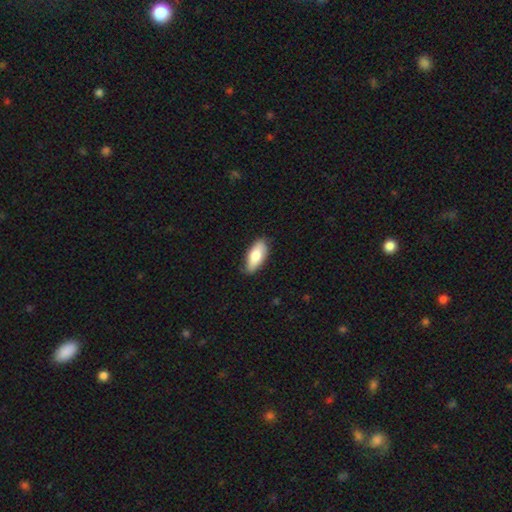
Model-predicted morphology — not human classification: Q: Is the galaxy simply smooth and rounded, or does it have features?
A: smooth — 78%.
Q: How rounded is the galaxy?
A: in between — 84%.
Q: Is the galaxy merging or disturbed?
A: none — 79%.